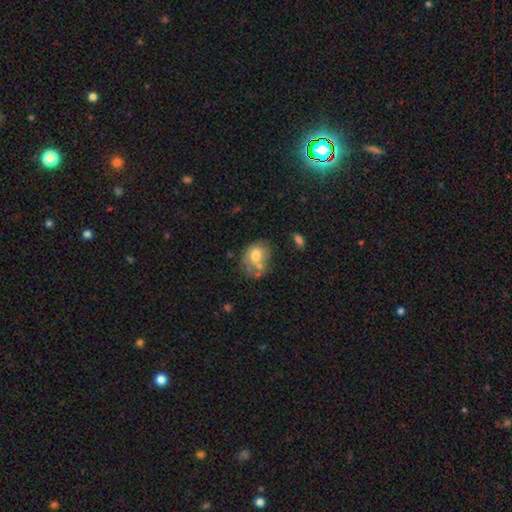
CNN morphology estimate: The model was most divided on "merging": none: 35%, merger: 26%, minor disturbance: 23%, major disturbance: 16%. More confident: smooth or featured — smooth (64%); how rounded — in between (57%).